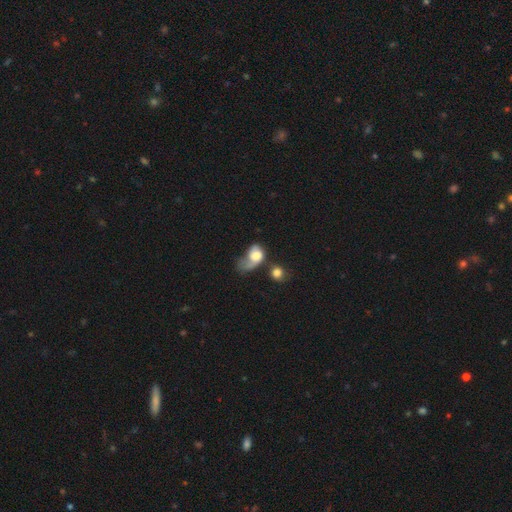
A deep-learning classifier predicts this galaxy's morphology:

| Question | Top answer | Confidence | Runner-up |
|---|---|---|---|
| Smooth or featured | smooth | 58% | featured or disk (33%) |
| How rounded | in between | 66% | round (32%) |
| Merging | major disturbance | 48% | merger (22%) |